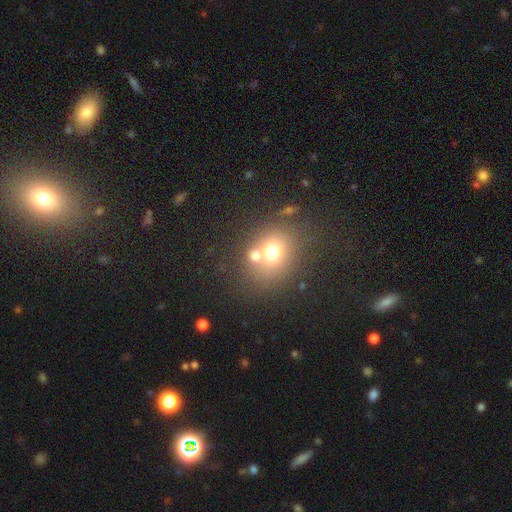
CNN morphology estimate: A smooth galaxy with no disk features (67%) that is round (69%). Merging: none (49%).